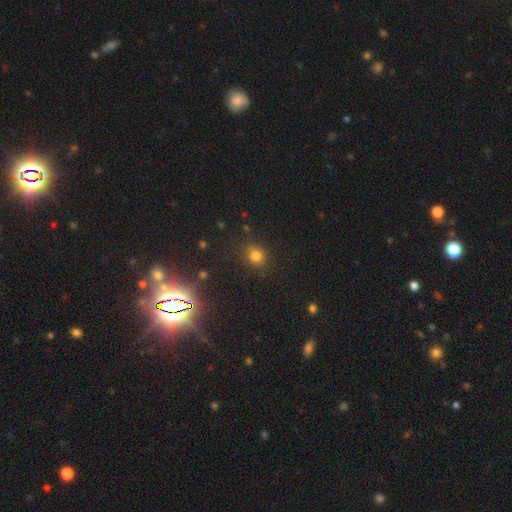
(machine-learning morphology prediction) The model was most divided on "how rounded": round: 74%, in between: 25%, cigar-shaped: 1%. More confident: merging — none (80%); smooth or featured — smooth (75%).